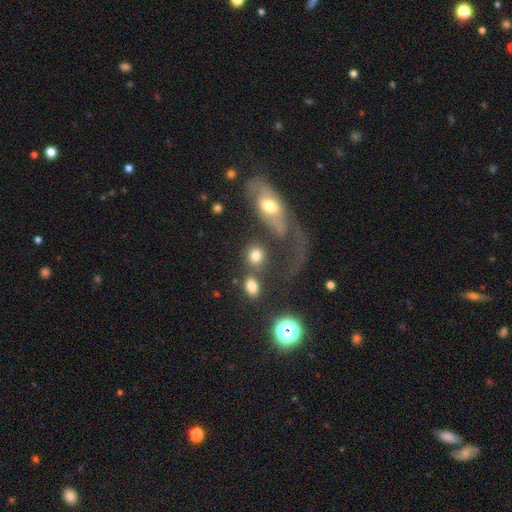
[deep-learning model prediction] Smooth or featured? smooth (77%)
How rounded? round (58%)
Merging? none (49%)